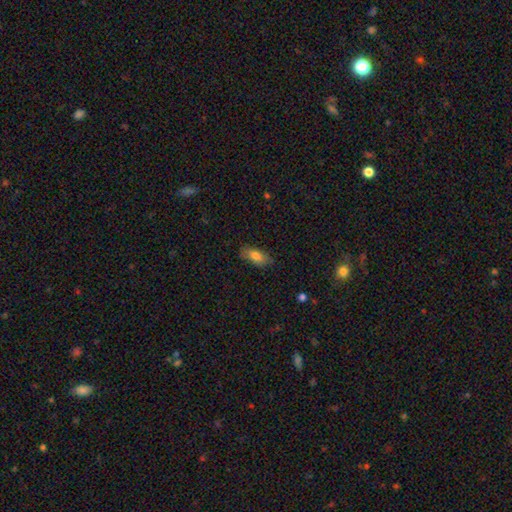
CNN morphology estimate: smooth_or_featured: smooth (p=0.79) [alt: featured or disk p=0.13]
how_rounded: in between (p=0.84) [alt: cigar-shaped p=0.13]
merging: none (p=0.81) [alt: minor disturbance p=0.15]